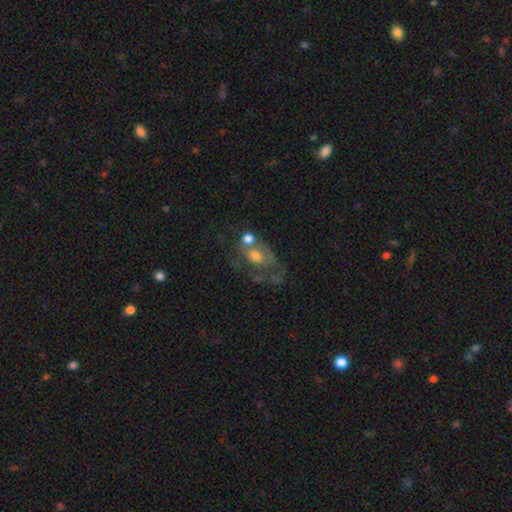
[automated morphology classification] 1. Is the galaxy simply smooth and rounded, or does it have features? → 55% featured or disk, 34% smooth, 11% star or artifact.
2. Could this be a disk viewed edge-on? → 95% no, 5% yes.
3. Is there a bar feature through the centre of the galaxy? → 82% no, 15% weak, 3% strong.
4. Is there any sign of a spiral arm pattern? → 53% no, 47% yes.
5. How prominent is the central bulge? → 61% moderate, 22% small, 11% large, 4% none, 2% dominant.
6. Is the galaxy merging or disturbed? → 29% merger (tied), 29% major disturbance (tied), 25% none, 17% minor disturbance.